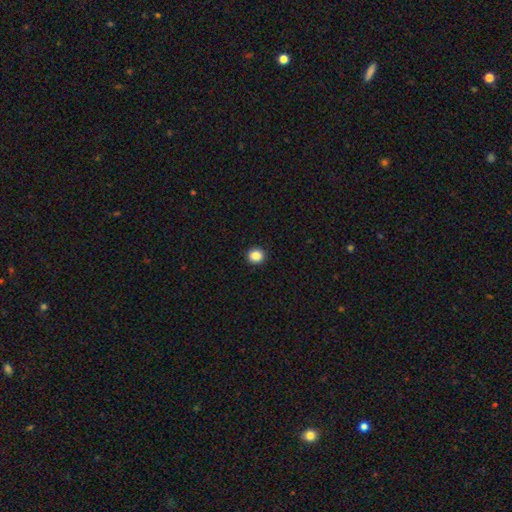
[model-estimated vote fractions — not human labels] The model was most divided on "smooth or featured": smooth: 87%, star or artifact: 10%, featured or disk: 3%. More confident: merging — none (93%); how rounded — round (88%).